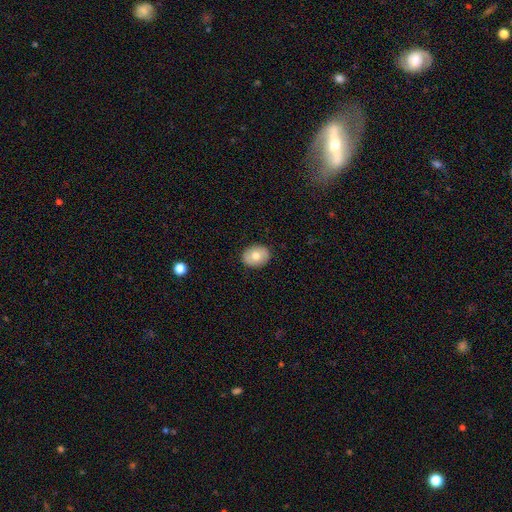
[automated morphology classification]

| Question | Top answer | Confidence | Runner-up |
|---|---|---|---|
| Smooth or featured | smooth | 71% | featured or disk (22%) |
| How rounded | in between | 54% | round (45%) |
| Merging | none | 89% | minor disturbance (8%) |